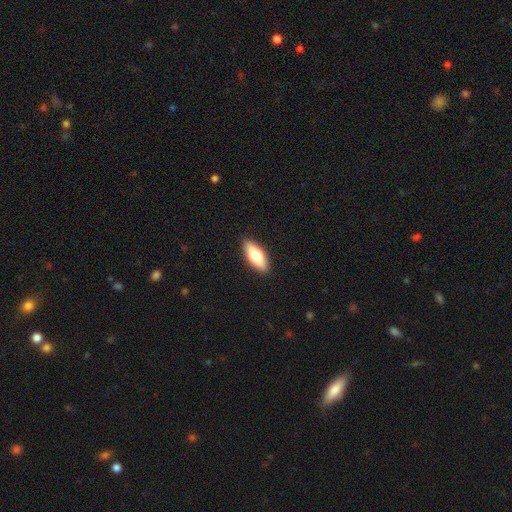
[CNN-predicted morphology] Smooth or featured? Predicted: smooth (p=0.71). How rounded? Predicted: in between (p=0.73). Merging? Predicted: none (p=0.90).